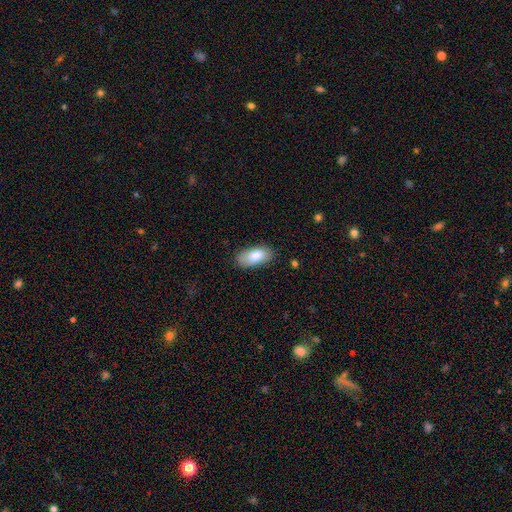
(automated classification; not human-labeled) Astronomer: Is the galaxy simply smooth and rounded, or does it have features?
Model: smooth — 82%.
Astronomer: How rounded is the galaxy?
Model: in between — 91%.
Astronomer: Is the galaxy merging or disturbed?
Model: none — 81%.